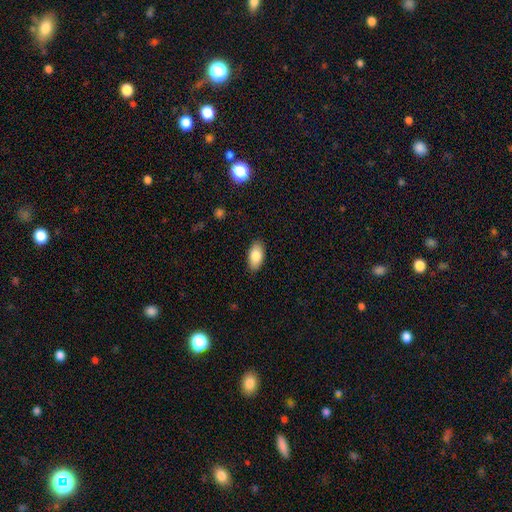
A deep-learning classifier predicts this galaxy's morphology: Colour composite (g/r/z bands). It shows a smooth galaxy with no disk features (84%) that is in between round and cigar-shaped (94%). Merging: none (87%).